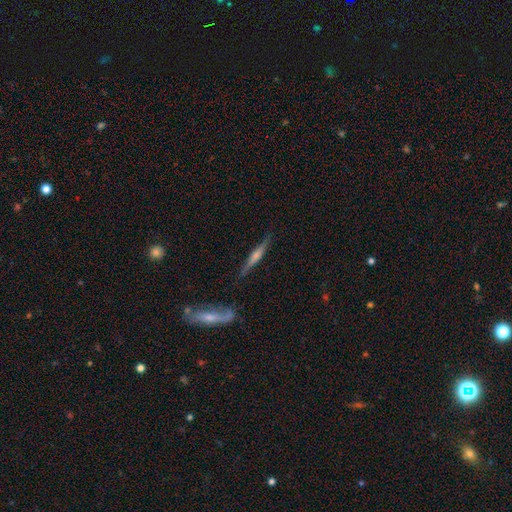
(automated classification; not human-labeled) This appears to be a featured or disk galaxy (71%) viewed edge-on (95%) with a rounded central bulge (73%). Merging: none (80%).